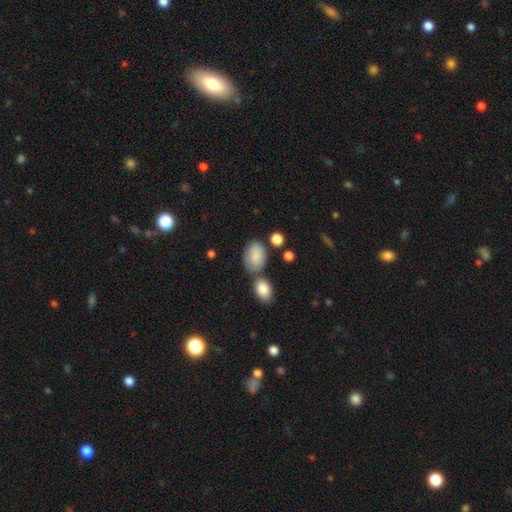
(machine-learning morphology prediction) smooth-or-featured: smooth: 84% | featured or disk: 9% | star or artifact: 7%
  how-rounded: in between: 87% | round: 12% | cigar-shaped: 1%
  merging: none: 52% | minor disturbance: 22% | merger: 19% | major disturbance: 7%